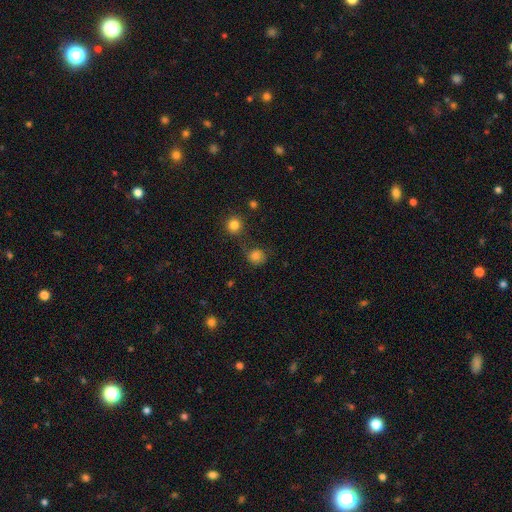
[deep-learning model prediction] smooth 75%, star or artifact 14%, featured or disk 11%. Down the decision tree: how rounded — round (82%); merging — none (56%).